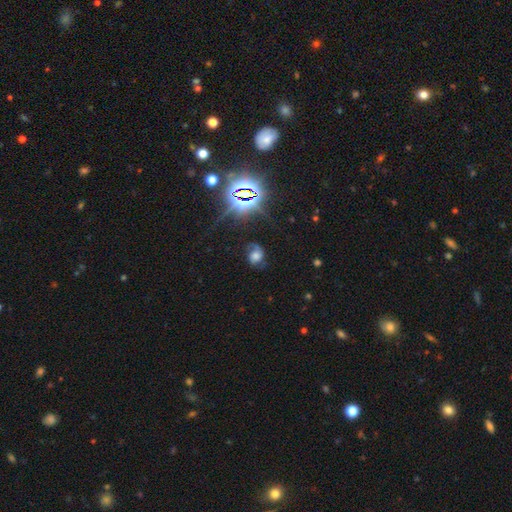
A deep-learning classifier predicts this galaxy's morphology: Overall: featured or disk (44%; smooth 33%). Merging: none (52%; minor disturbance 25%).